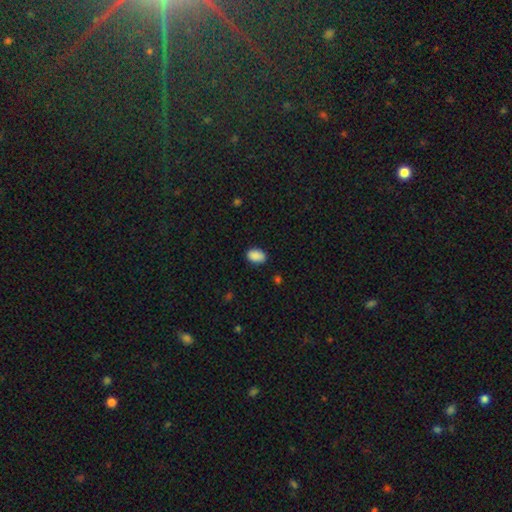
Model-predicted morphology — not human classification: smooth-or-featured: smooth: 90% | star or artifact: 8% | featured or disk: 3%
  how-rounded: in between: 86% | round: 13% | cigar-shaped: 1%
  merging: none: 85% | minor disturbance: 11% | major disturbance: 2% | merger: 1%